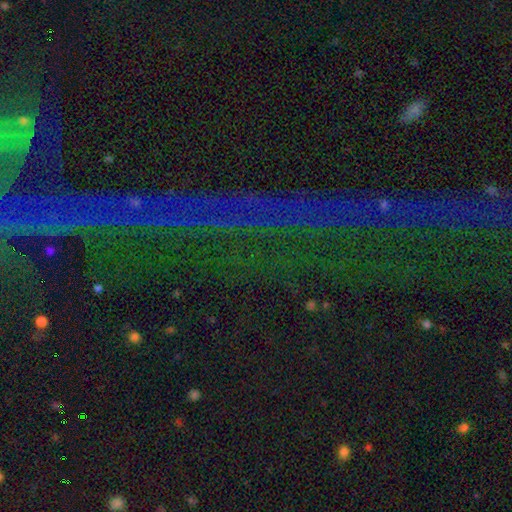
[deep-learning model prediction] The model was most divided on "smooth or featured": star or artifact: 78%, featured or disk: 12%, smooth: 10%.